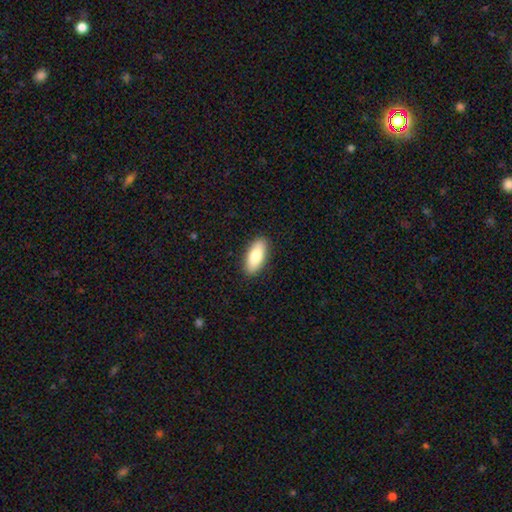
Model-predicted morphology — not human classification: Smooth or featured: smooth — 79% (featured or disk — 15%)
How rounded: in between — 80% (cigar-shaped — 17%)
Merging: none — 90% (minor disturbance — 8%)